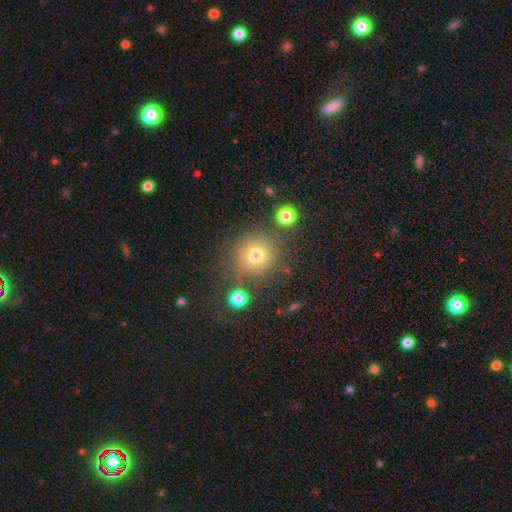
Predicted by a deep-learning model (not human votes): The model was most divided on "smooth or featured": smooth: 73%, star or artifact: 16%, featured or disk: 11%. More confident: how rounded — round (90%); merging — none (76%).